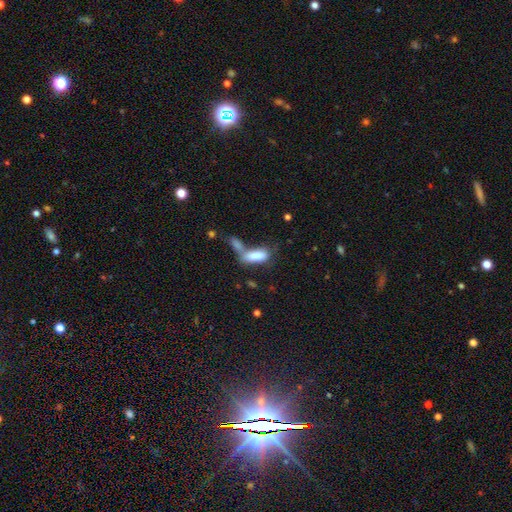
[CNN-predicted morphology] Smooth or featured: smooth — 81% (featured or disk — 11%)
How rounded: in between — 76% (cigar-shaped — 22%)
Merging: merger — 51% (none — 27%)